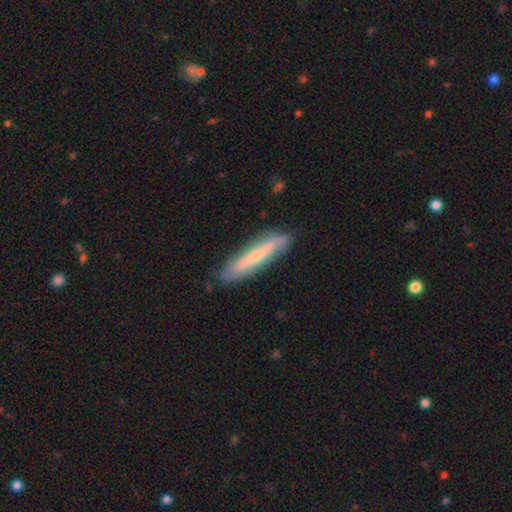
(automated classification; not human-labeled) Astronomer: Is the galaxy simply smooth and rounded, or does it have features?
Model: featured or disk — 55% (runner-up: smooth, 39%).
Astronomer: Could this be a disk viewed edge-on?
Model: yes — 66%.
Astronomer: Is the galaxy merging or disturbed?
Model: none — 82%.